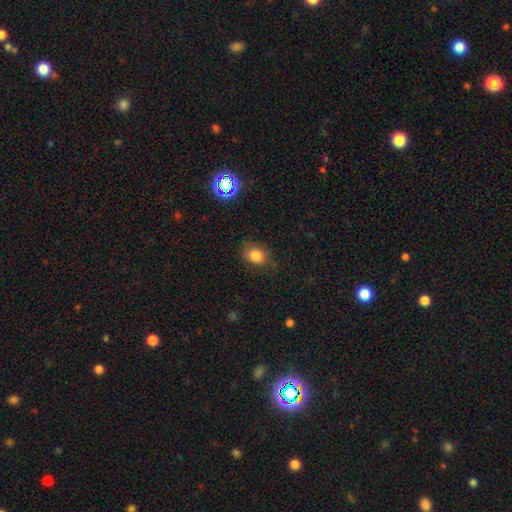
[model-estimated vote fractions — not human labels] Overall: smooth (80%). How rounded: round (53%; in between 46%). Merging: none (76%).